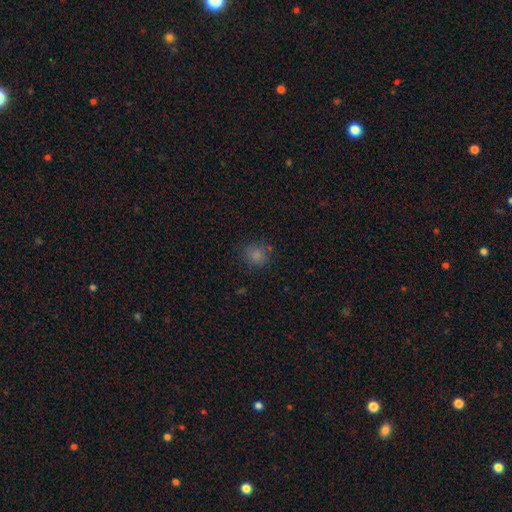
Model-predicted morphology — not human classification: A smooth galaxy with no disk features (74%) that is round (85%).

Vote fractions:
- Smooth or featured? smooth: 74% / star or artifact: 20% / featured or disk: 5%
- How rounded? round: 85% / in between: 14% / cigar-shaped: 1%
- Merging? none: 83% / minor disturbance: 11% / major disturbance: 3% / merger: 2%